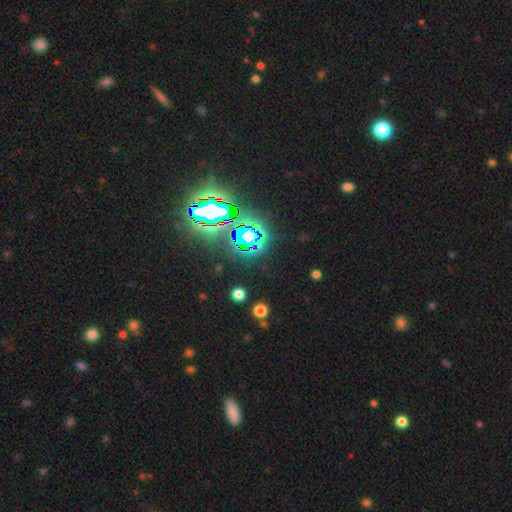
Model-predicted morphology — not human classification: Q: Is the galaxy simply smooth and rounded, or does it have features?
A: star or artifact — 84%.